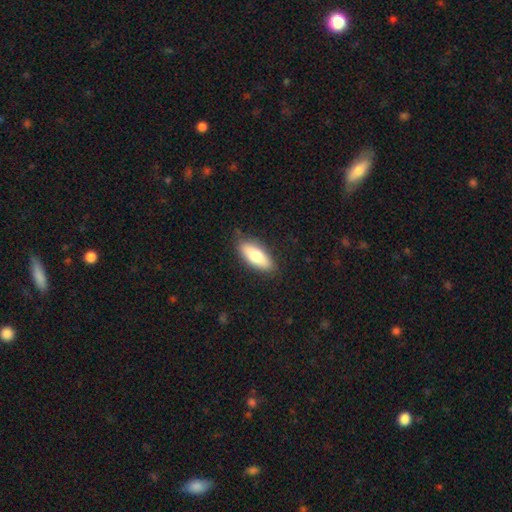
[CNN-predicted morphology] Smooth or featured: smooth — 73% (featured or disk — 21%)
How rounded: in between — 74% (cigar-shaped — 24%)
Merging: none — 84% (minor disturbance — 12%)